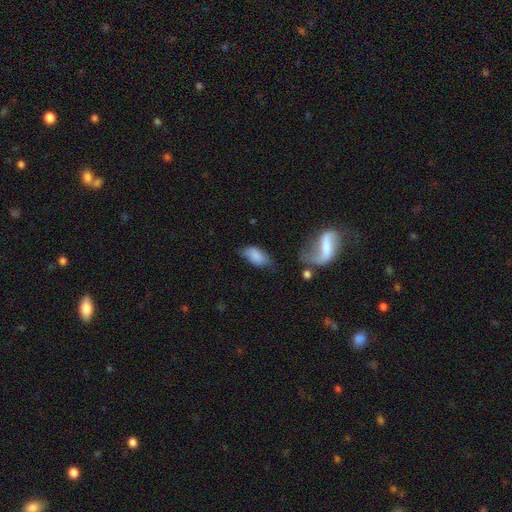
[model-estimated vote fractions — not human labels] The model was most divided on "merging": none: 51%, minor disturbance: 30%, major disturbance: 13%, merger: 6%. More confident: how rounded — in between (93%); smooth or featured — smooth (80%).